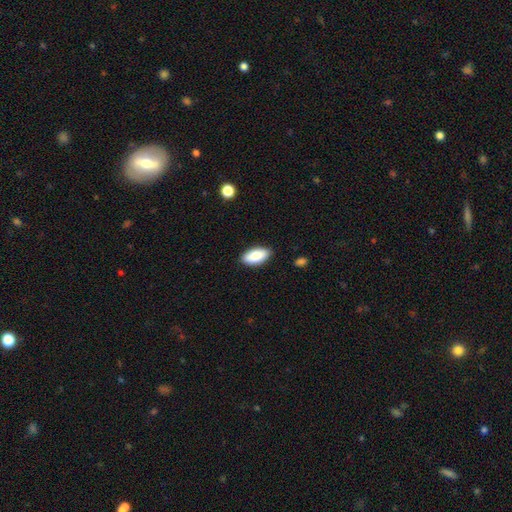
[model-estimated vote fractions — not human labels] Overall: smooth (87%). How rounded: in between (93%). Merging: none (87%).